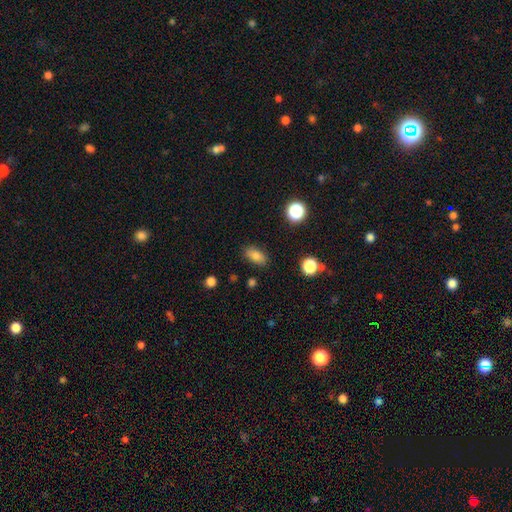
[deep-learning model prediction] smooth_or_featured: smooth (p=0.81) [alt: star or artifact p=0.11]
how_rounded: in between (p=0.86) [alt: round p=0.09]
merging: none (p=0.84) [alt: minor disturbance p=0.11]